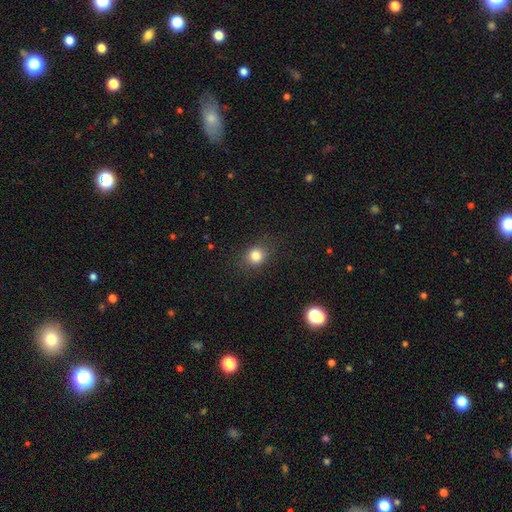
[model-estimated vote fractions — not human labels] Smooth or featured? smooth (82%)
How rounded? round (79%)
Merging? none (85%)